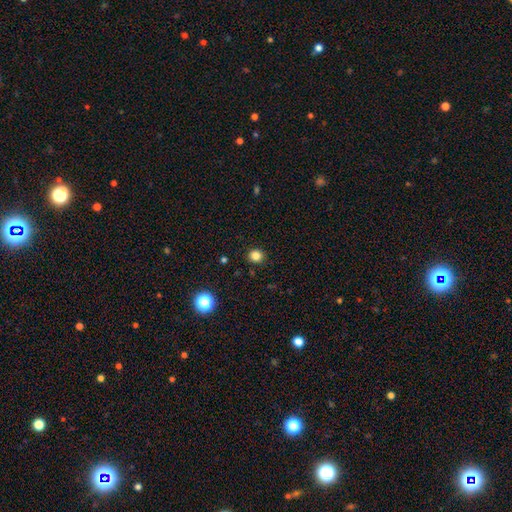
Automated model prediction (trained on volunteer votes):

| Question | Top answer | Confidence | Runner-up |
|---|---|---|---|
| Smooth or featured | smooth | 82% | star or artifact (14%) |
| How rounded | round | 86% | in between (13%) |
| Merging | none | 91% | minor disturbance (6%) |